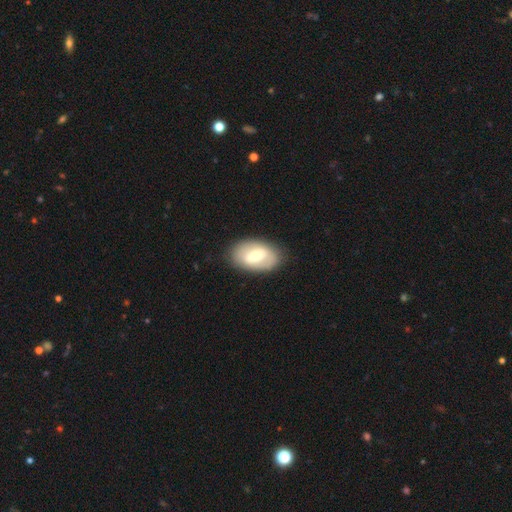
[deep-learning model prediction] smooth 48%, featured or disk 46%, star or artifact 6%. Down the decision tree: merging — none (83%).